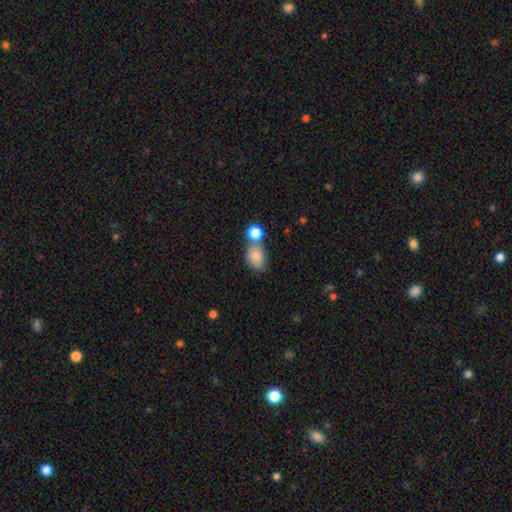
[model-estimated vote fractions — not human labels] This appears to be a smooth galaxy with no disk features (84%) that is in between round and cigar-shaped (72%). Merging: none (50%).